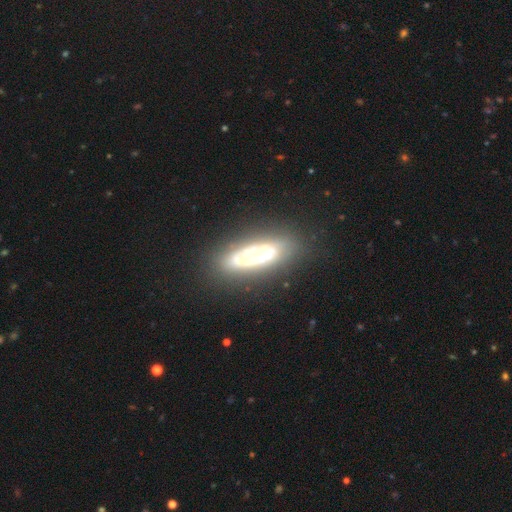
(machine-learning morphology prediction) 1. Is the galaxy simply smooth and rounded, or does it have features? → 69% featured or disk, 24% smooth, 7% star or artifact.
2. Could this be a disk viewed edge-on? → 80% no, 20% yes.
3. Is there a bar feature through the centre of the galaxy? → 81% no, 14% weak, 5% strong.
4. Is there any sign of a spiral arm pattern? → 55% no, 45% yes.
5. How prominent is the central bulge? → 49% small, 41% moderate, 5% large, 3% none, 2% dominant.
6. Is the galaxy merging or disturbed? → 73% none, 17% minor disturbance, 7% major disturbance, 3% merger.